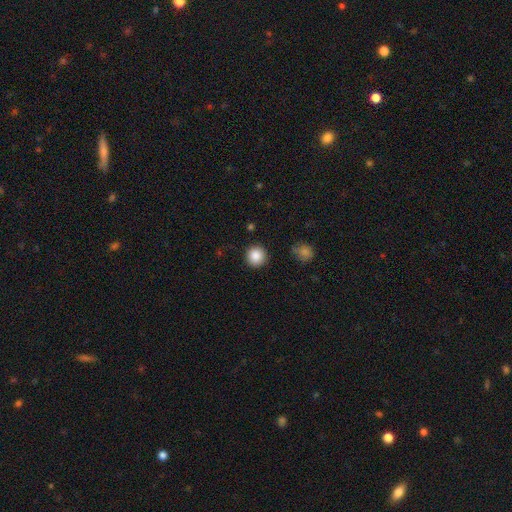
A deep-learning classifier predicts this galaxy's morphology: This is clearly a smooth galaxy (87%). How rounded: clearly round (94%). Merging: clearly none (90%).